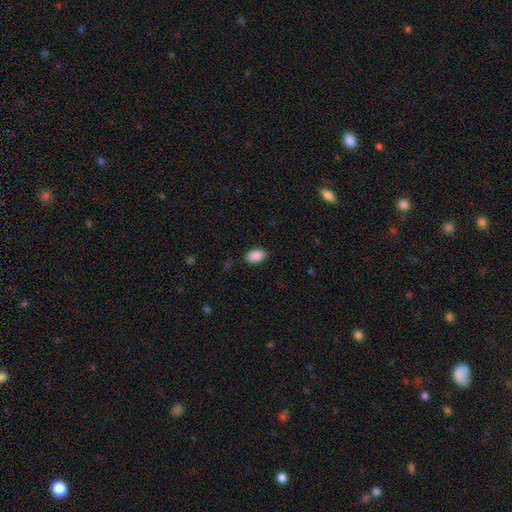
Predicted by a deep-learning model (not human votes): A smooth galaxy with no disk features (89%) that is in between round and cigar-shaped (90%). Merging: none (84%).